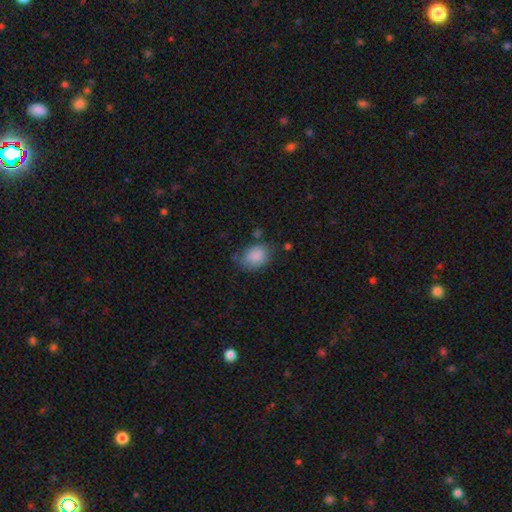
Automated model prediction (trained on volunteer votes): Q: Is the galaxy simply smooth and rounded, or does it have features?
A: smooth — 86%.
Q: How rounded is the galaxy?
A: in between — 72%.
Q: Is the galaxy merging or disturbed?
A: none — 61%.